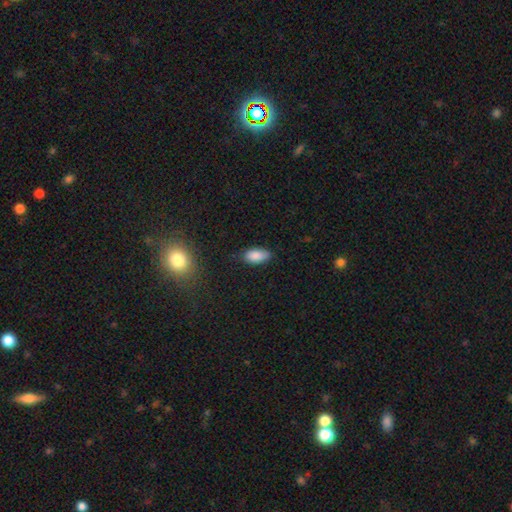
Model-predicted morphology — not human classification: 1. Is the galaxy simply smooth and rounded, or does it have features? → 86% smooth, 8% star or artifact, 6% featured or disk.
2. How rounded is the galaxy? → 92% in between, 5% cigar-shaped, 3% round.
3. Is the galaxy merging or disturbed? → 77% none, 19% minor disturbance, 3% major disturbance, 2% merger.